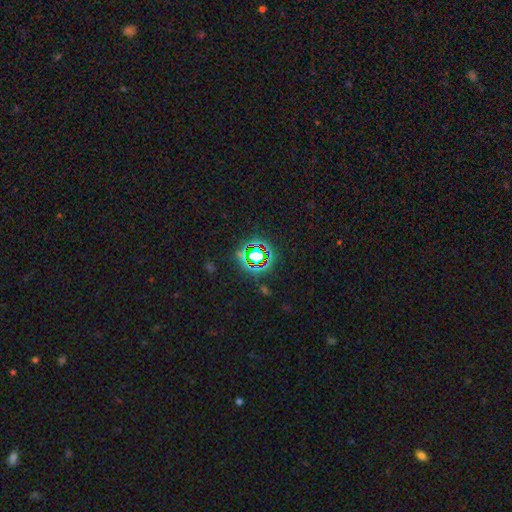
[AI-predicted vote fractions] star or artifact 69%, smooth 20%, featured or disk 11%.